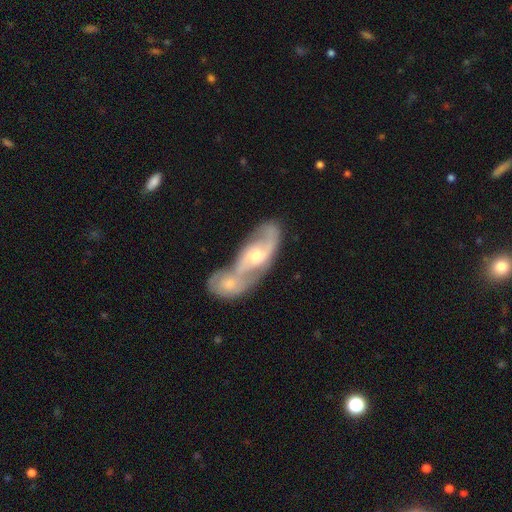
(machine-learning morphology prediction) smooth_or_featured: featured or disk (p=0.78) [alt: smooth p=0.17]
disk_edge_on: no (p=0.93) [alt: yes p=0.07]
bar: no (p=0.47) [alt: weak p=0.40]
has_spiral_arms: yes (p=0.91) [alt: no p=0.09]
spiral_winding: medium (p=0.47) [alt: loose p=0.36]
spiral_arm_count: 2 (p=0.84) [alt: can't tell p=0.08]
bulge_size: moderate (p=0.58) [alt: small p=0.35]
merging: merger (p=0.70) [alt: none p=0.18]